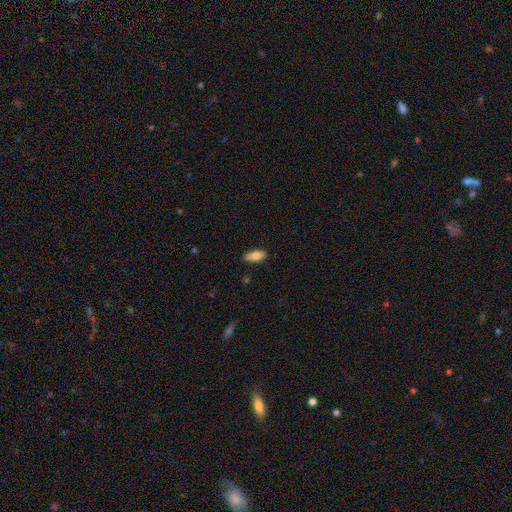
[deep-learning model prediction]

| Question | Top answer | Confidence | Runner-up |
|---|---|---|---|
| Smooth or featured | smooth | 80% | featured or disk (14%) |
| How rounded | in between | 84% | cigar-shaped (14%) |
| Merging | none | 87% | minor disturbance (10%) |